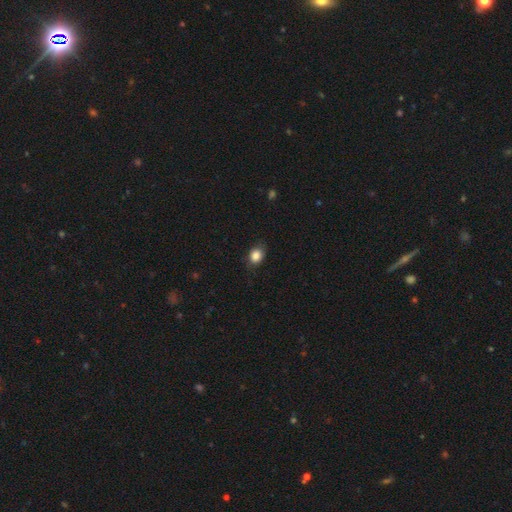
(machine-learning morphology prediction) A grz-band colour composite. It shows a smooth galaxy with no disk features (86%) that is in between round and cigar-shaped (55%). Merging: none (77%).